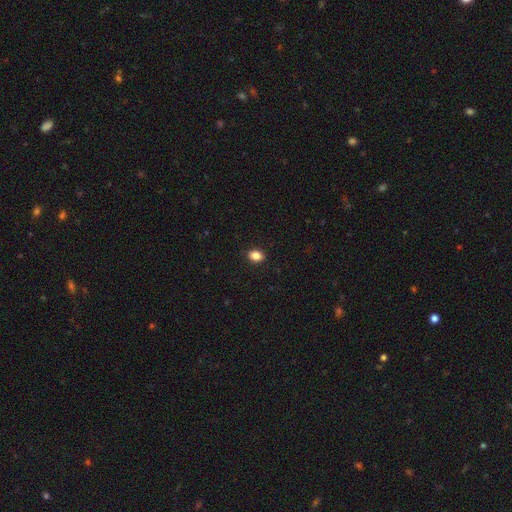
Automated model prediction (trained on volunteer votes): This is clearly a smooth galaxy (85%). How rounded: likely in between (71%). Merging: clearly none (89%).